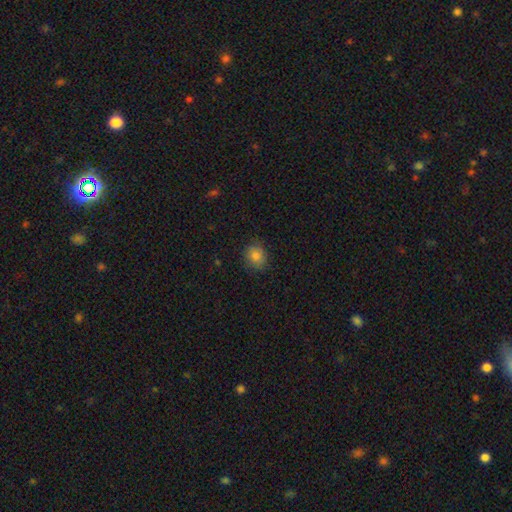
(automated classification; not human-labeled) Smooth or featured: smooth — 85% (star or artifact — 10%)
How rounded: round — 68% (in between — 31%)
Merging: none — 83% (minor disturbance — 13%)